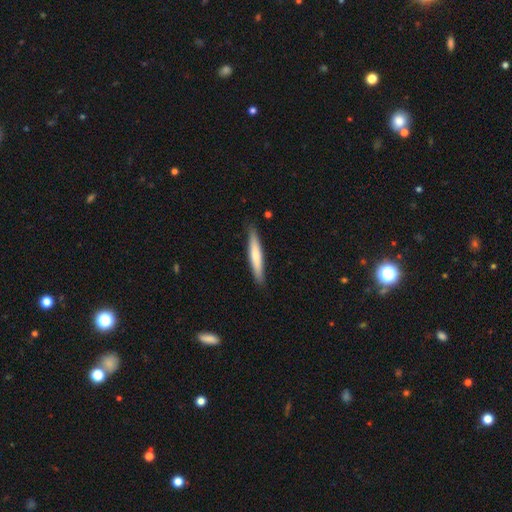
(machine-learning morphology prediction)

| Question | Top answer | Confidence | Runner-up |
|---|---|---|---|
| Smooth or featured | smooth | 68% | featured or disk (27%) |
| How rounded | cigar-shaped | 92% | in between (7%) |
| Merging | none | 88% | minor disturbance (9%) |